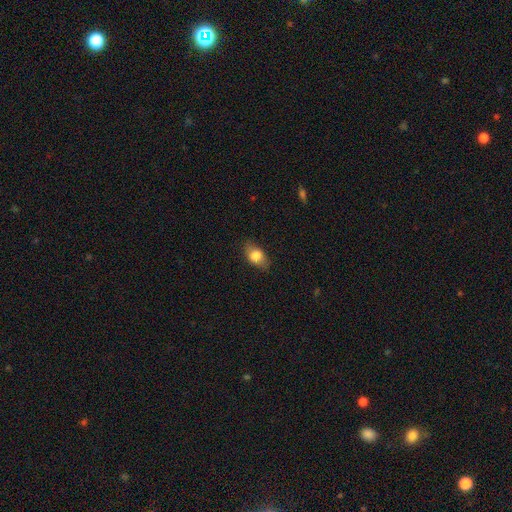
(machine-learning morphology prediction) smooth-or-featured: smooth: 76% | featured or disk: 16% | star or artifact: 8%
  how-rounded: in between: 81% | round: 16% | cigar-shaped: 3%
  merging: none: 78% | minor disturbance: 17% | major disturbance: 4% | merger: 1%